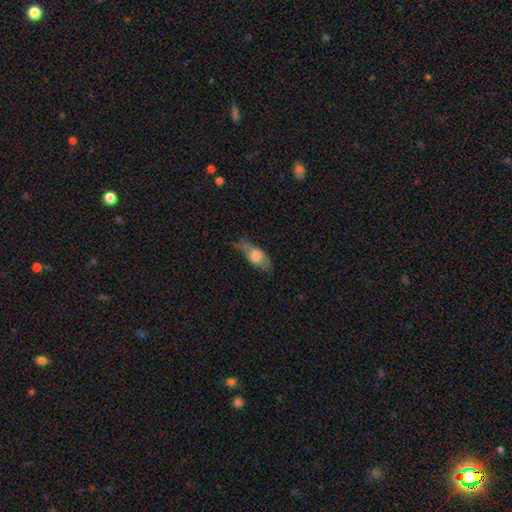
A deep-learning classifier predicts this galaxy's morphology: Overall: smooth (64%; featured or disk 29%). How rounded: in between (78%). Merging: none (49%; minor disturbance 34%).